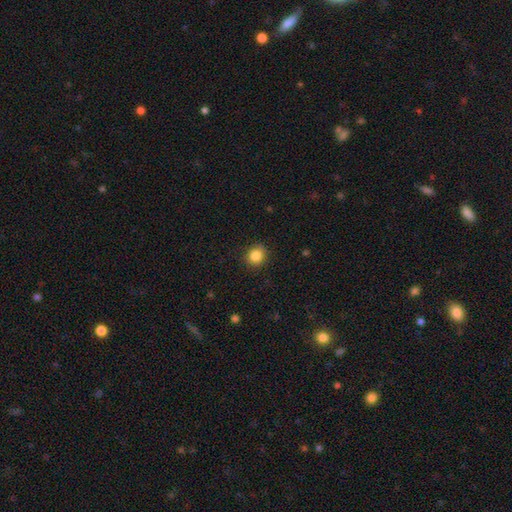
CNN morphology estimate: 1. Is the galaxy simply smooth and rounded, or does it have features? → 85% smooth, 10% star or artifact, 5% featured or disk.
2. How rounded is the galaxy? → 80% round, 19% in between, 1% cigar-shaped.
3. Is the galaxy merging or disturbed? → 88% none, 9% minor disturbance, 2% major disturbance, 1% merger.